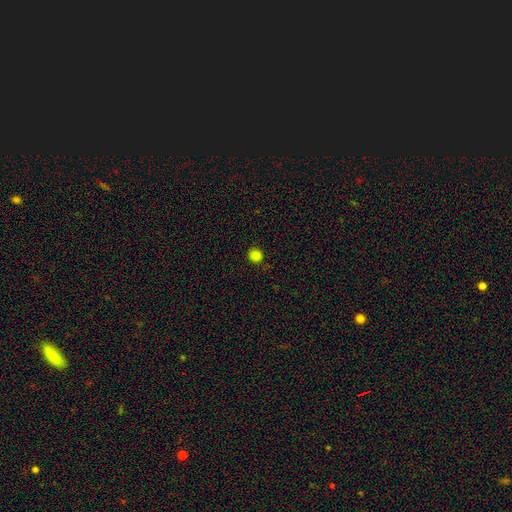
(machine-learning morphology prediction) Smooth or featured?
  - smooth: 83% *
  - star or artifact: 14%
  - featured or disk: 3%
How rounded?
  - round: 91% *
  - in between: 8%
  - cigar-shaped: 1%
Merging?
  - none: 89% *
  - minor disturbance: 8%
  - major disturbance: 2%
  - merger: 1%